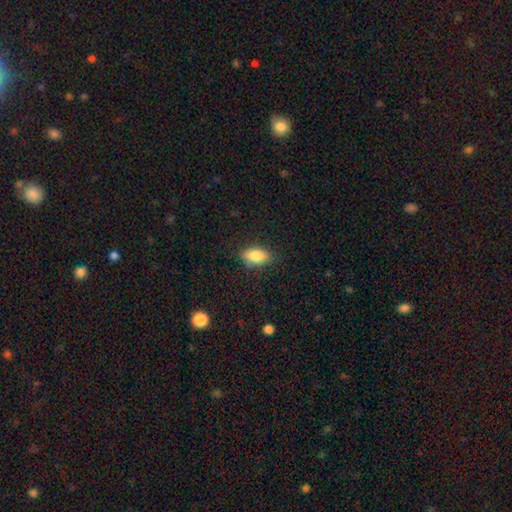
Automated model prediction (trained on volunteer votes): Overall: smooth (80%). How rounded: in between (85%). Merging: none (81%).